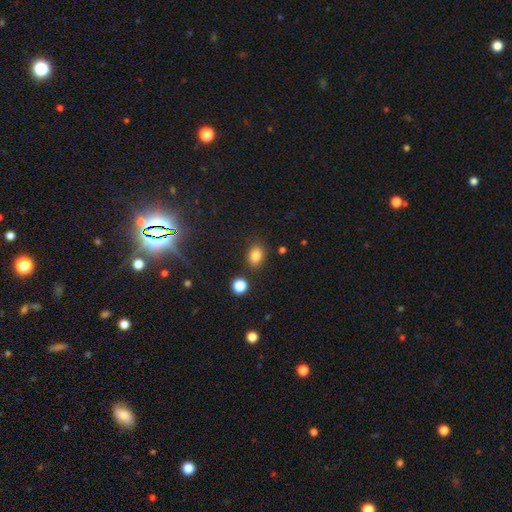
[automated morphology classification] Q: Smooth or featured?
A: smooth (82%); runner-up: star or artifact (12%)
Q: How rounded?
A: in between (61%); runner-up: round (38%)
Q: Merging?
A: none (83%); runner-up: minor disturbance (10%)